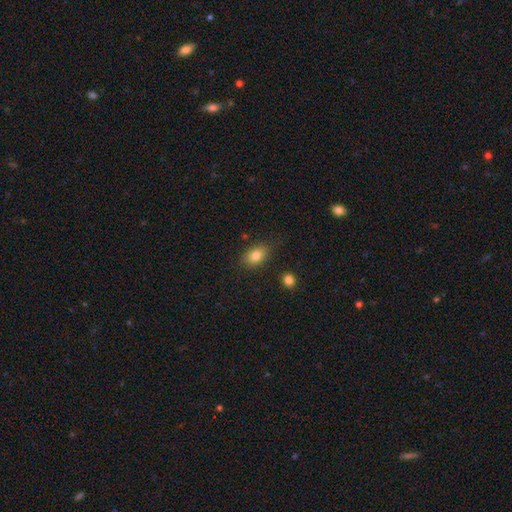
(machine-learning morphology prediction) The model was most divided on "merging": none: 80%, minor disturbance: 14%, major disturbance: 3%, merger: 3%. More confident: how rounded — in between (83%); smooth or featured — smooth (81%).